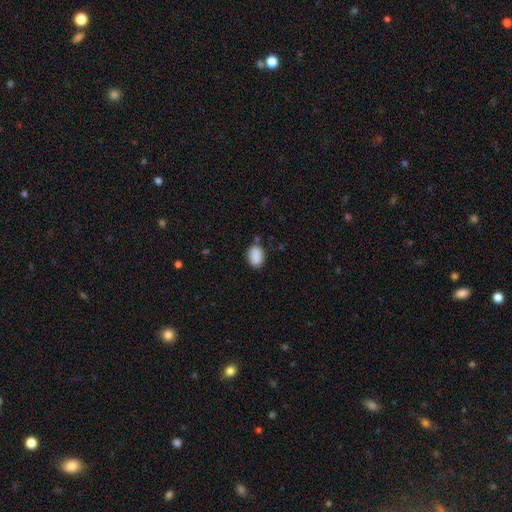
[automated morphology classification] Smooth or featured: smooth — 88% (star or artifact — 8%)
How rounded: in between — 81% (round — 17%)
Merging: none — 75% (minor disturbance — 17%)